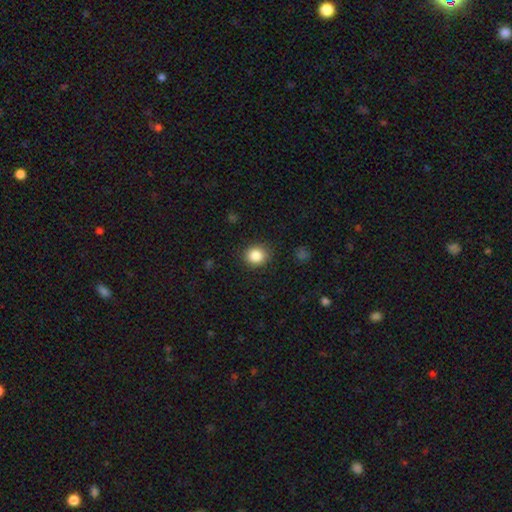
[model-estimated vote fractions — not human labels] smooth-or-featured: smooth: 86% | star or artifact: 10% | featured or disk: 4%
  how-rounded: round: 82% | in between: 17% | cigar-shaped: 1%
  merging: none: 88% | minor disturbance: 9% | major disturbance: 3% | merger: 1%